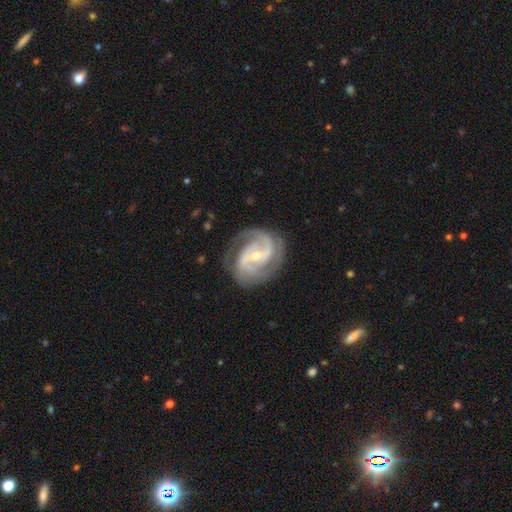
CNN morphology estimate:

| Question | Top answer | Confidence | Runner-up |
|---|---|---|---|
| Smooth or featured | featured or disk | 91% | smooth (5%) |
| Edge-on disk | no | 98% | yes (2%) |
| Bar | weak | 42% | strong (30%) |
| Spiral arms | yes | 98% | no (2%) |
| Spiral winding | medium | 51% | tight (36%) |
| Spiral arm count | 2 | 69% | 3 (16%) |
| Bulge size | small | 57% | moderate (40%) |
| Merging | none | 76% | minor disturbance (16%) |